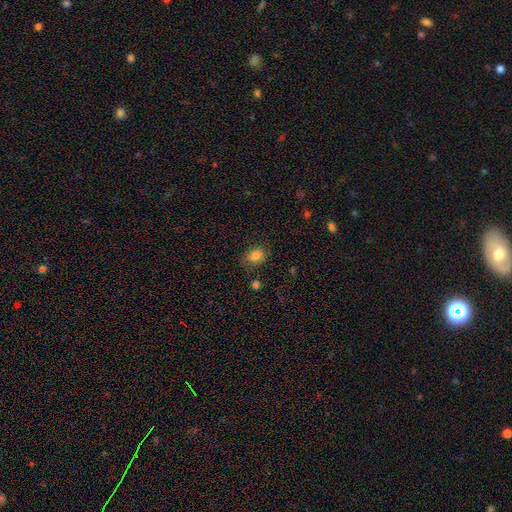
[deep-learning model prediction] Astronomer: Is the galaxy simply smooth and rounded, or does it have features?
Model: smooth — 83%.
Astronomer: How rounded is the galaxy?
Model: in between — 55% (runner-up: round, 44%).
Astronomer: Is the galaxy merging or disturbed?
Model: none — 77%.